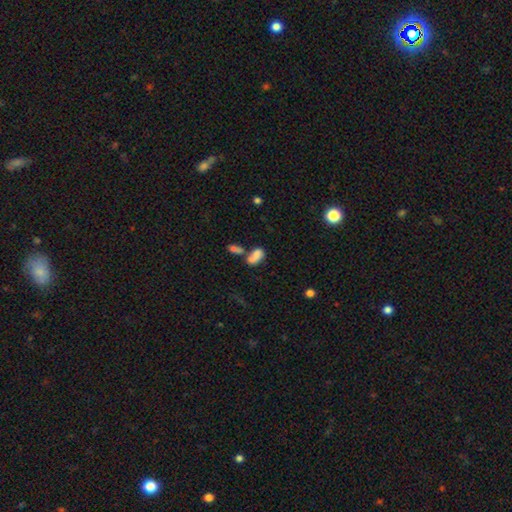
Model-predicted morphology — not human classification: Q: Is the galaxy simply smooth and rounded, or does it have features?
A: smooth — 75%.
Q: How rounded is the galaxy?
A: in between — 90%.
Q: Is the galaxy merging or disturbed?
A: merger — 50%.